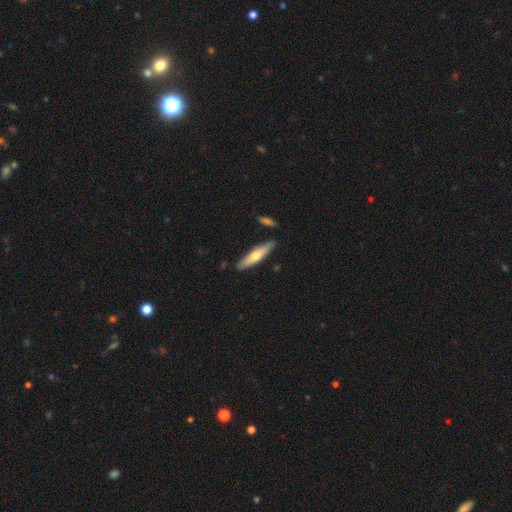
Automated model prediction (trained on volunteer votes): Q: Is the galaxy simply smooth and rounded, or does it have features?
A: smooth — 47%, tied with featured or disk.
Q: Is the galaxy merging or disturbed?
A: none — 85%.